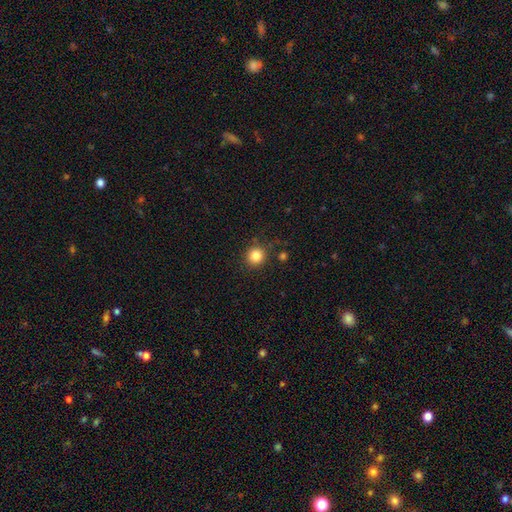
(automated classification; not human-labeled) A smooth galaxy with no disk features (84%) that is round (91%).

Vote fractions:
- Smooth or featured? smooth: 84% / star or artifact: 12% / featured or disk: 4%
- How rounded? round: 91% / in between: 8% / cigar-shaped: 1%
- Merging? none: 86% / minor disturbance: 8% / merger: 3% / major disturbance: 3%